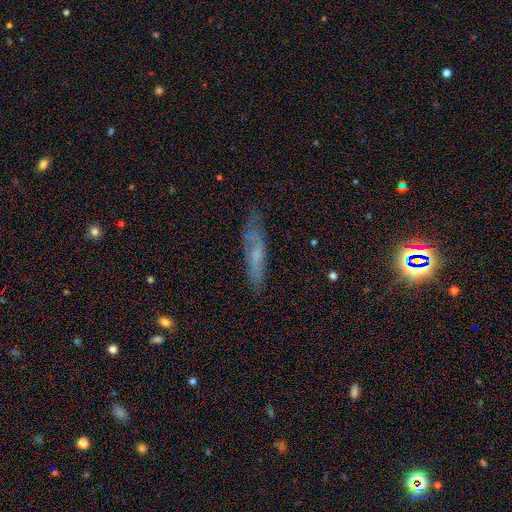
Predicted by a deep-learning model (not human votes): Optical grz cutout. It shows a featured or disk galaxy (45%). Merging: none (76%).